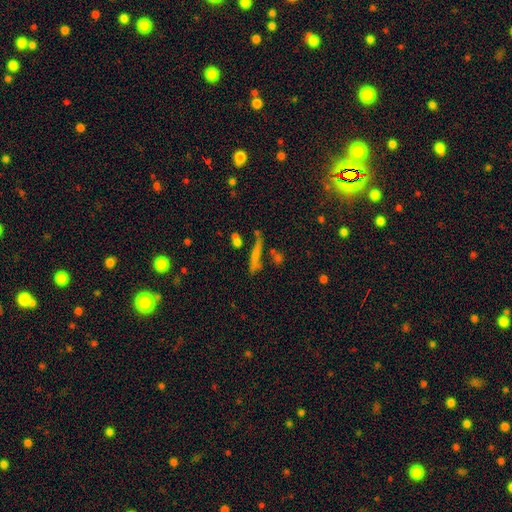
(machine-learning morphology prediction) Smooth or featured?
  - smooth: 59% *
  - featured or disk: 28%
  - star or artifact: 13%
How rounded?
  - cigar-shaped: 86% *
  - in between: 9%
  - round: 4%
Merging?
  - none: 62% *
  - minor disturbance: 16%
  - merger: 14%
  - major disturbance: 8%